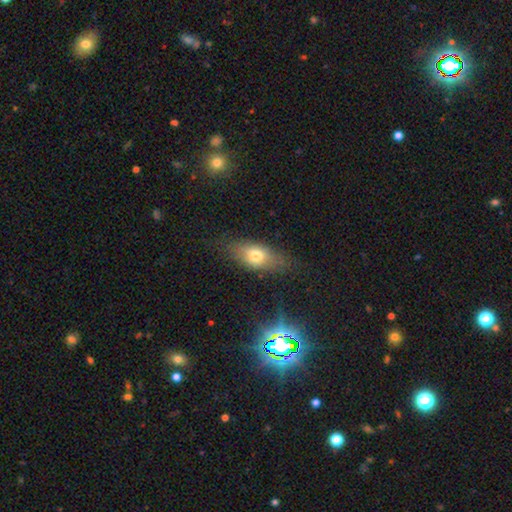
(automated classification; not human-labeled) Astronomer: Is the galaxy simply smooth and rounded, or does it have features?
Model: smooth — 67%.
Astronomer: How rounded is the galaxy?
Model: in between — 78%.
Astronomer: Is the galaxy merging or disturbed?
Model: none — 75%.